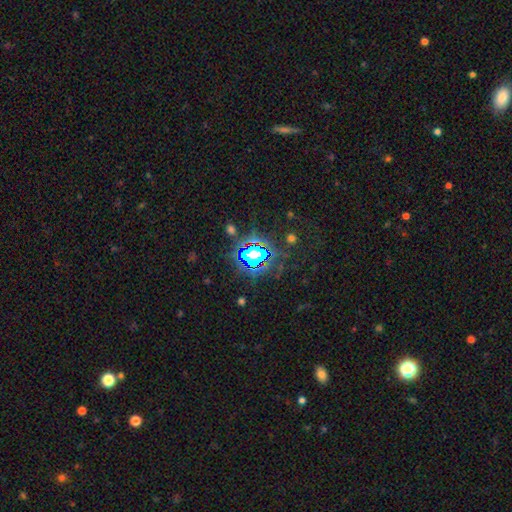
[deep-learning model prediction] Smooth or featured? star or artifact (71%)